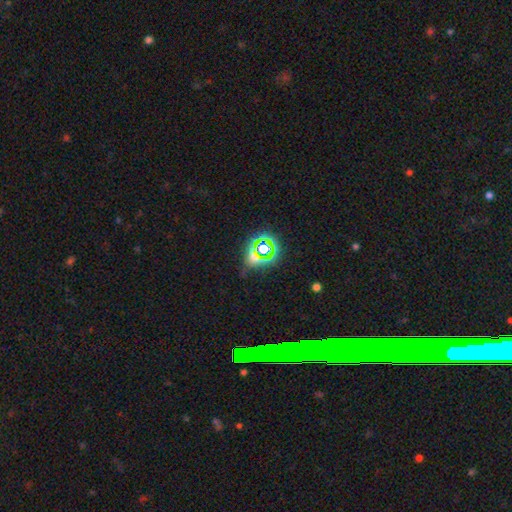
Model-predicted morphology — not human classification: Smooth or featured? Predicted: star or artifact (p=0.64).